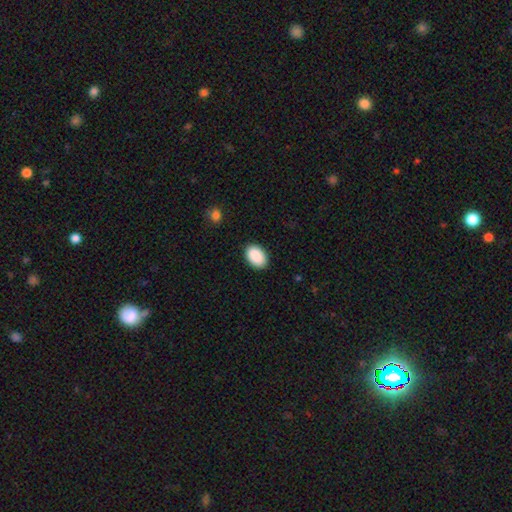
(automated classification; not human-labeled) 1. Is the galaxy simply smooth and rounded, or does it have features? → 90% smooth, 7% star or artifact, 3% featured or disk.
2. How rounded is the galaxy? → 88% in between, 11% round, 1% cigar-shaped.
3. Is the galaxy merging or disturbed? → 88% none, 9% minor disturbance, 2% major disturbance, 1% merger.